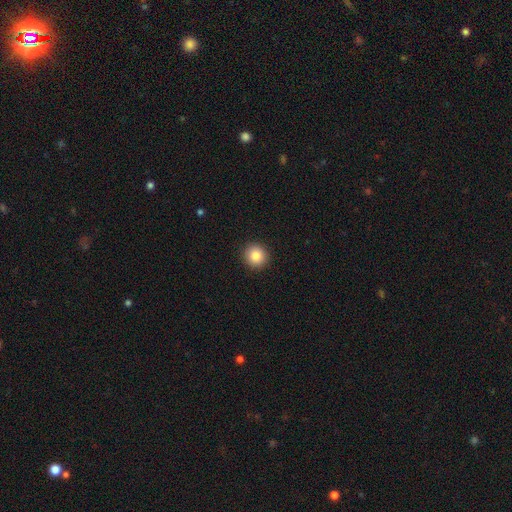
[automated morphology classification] A smooth galaxy with no disk features (84%) that is round (93%). Merging: none (93%).